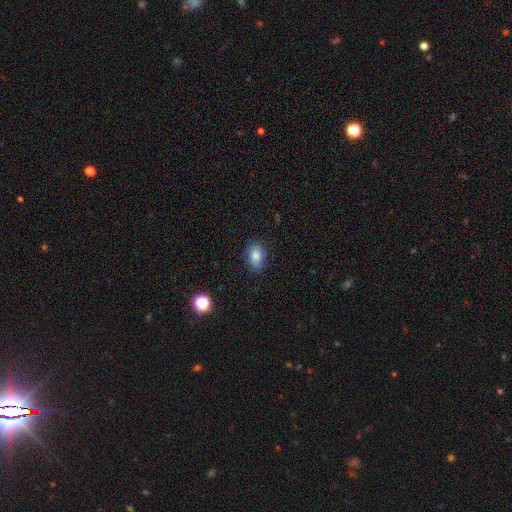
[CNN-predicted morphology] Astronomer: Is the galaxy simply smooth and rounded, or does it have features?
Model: smooth — 82%.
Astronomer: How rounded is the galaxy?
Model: in between — 84%.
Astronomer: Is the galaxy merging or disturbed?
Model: none — 77%.